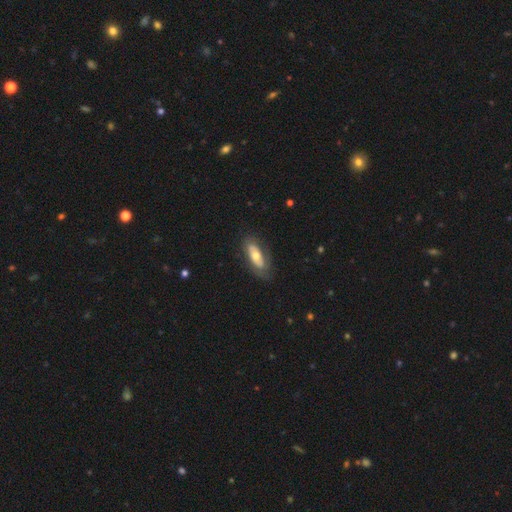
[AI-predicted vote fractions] Morphology: type=featured or disk (48%); merging=none (74%).